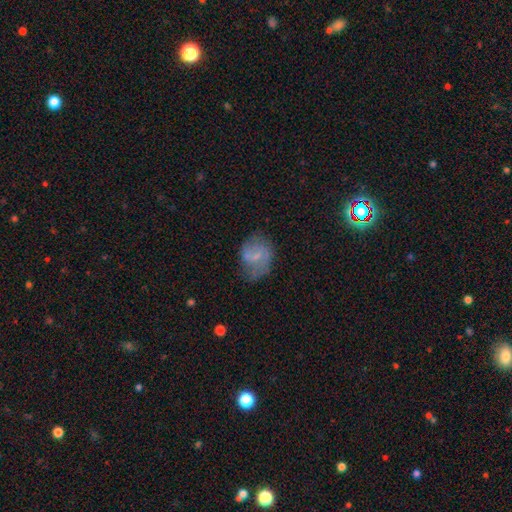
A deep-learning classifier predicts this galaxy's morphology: smooth 49%, featured or disk 42%, star or artifact 9%. Down the decision tree: merging — none (48%).